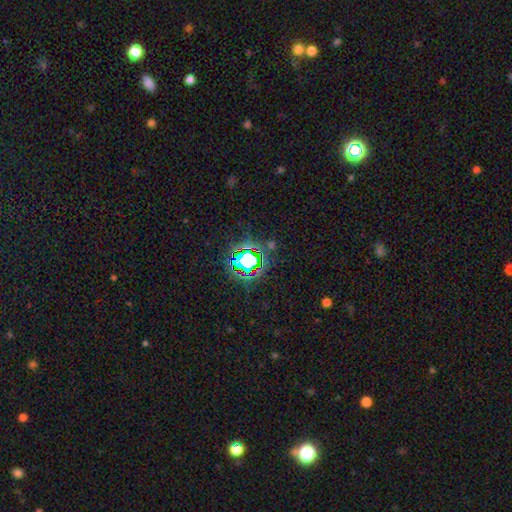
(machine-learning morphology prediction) The model was most divided on "smooth or featured": star or artifact: 74%, smooth: 15%, featured or disk: 10%.